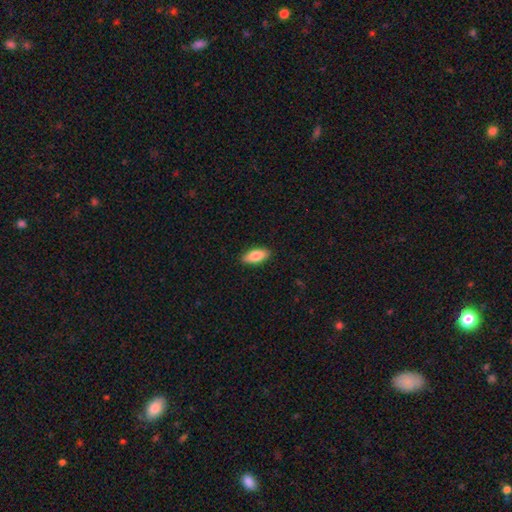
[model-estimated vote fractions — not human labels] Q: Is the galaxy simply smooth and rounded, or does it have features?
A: smooth — 83%.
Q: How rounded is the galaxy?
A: in between — 84%.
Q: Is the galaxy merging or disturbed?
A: none — 90%.